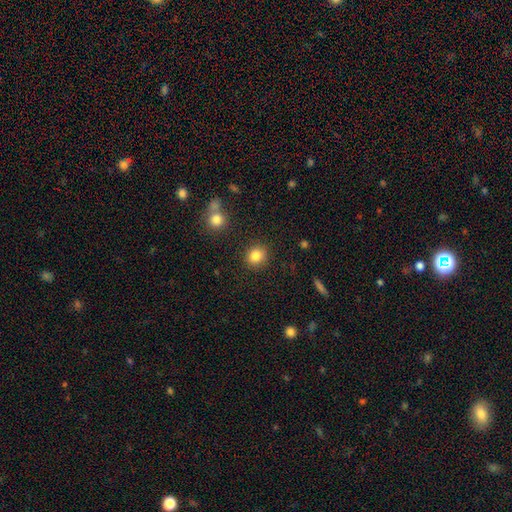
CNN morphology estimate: This appears to be a smooth galaxy with no disk features (84%) that is round (84%). Merging: none (89%).